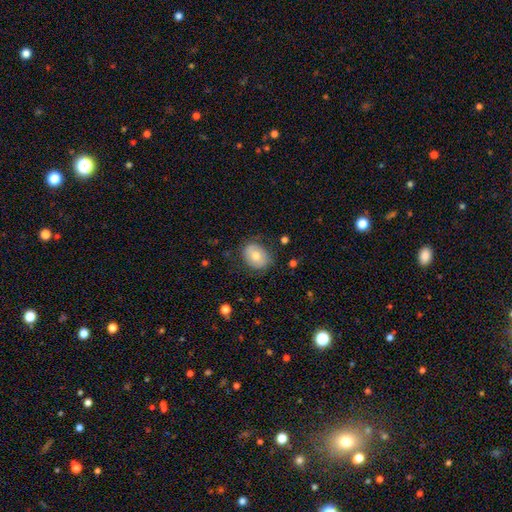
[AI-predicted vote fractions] Smooth or featured?
  - smooth: 71% *
  - featured or disk: 22%
  - star or artifact: 7%
How rounded?
  - in between: 62% *
  - round: 37%
  - cigar-shaped: 1%
Merging?
  - none: 77% *
  - minor disturbance: 17%
  - major disturbance: 5%
  - merger: 1%